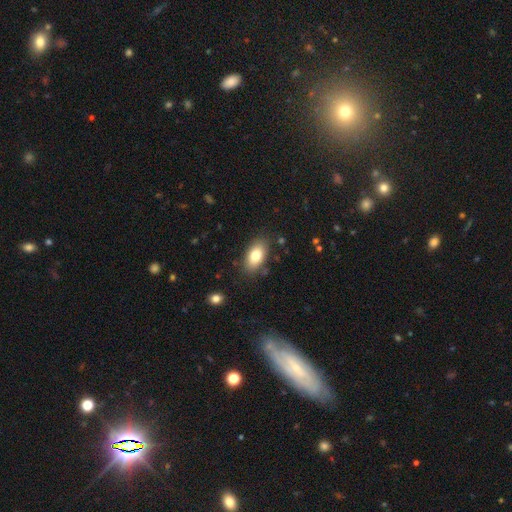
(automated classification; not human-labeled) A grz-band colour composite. It shows a smooth galaxy with no disk features (79%) that is in between round and cigar-shaped (91%). Merging: none (83%).